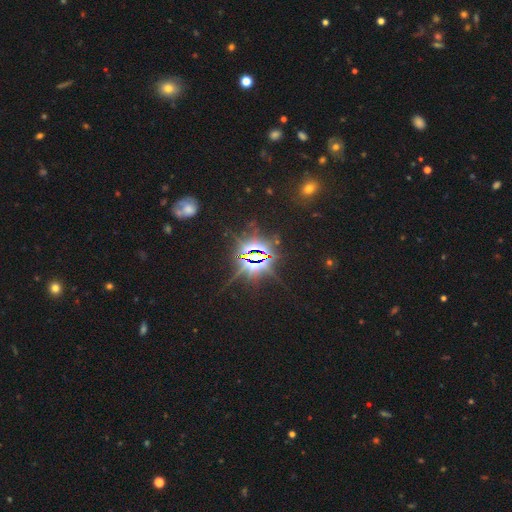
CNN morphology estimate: Smooth or featured? star or artifact (85%)